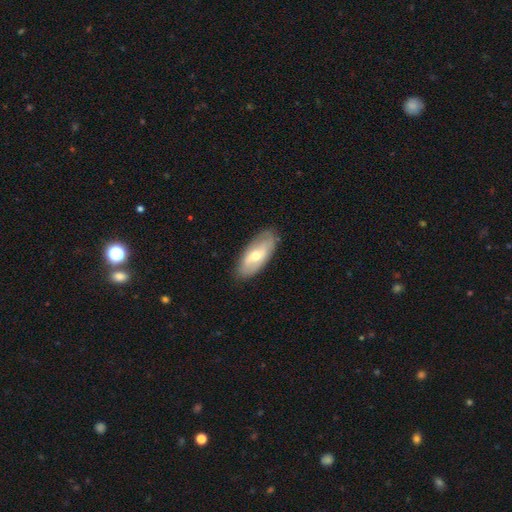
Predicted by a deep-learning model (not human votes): A featured or disk galaxy (48%).

Vote fractions:
- Smooth or featured? featured or disk: 48% / smooth: 46% / star or artifact: 6%
- Merging? none: 82% / minor disturbance: 14% / major disturbance: 3% / merger: 1%